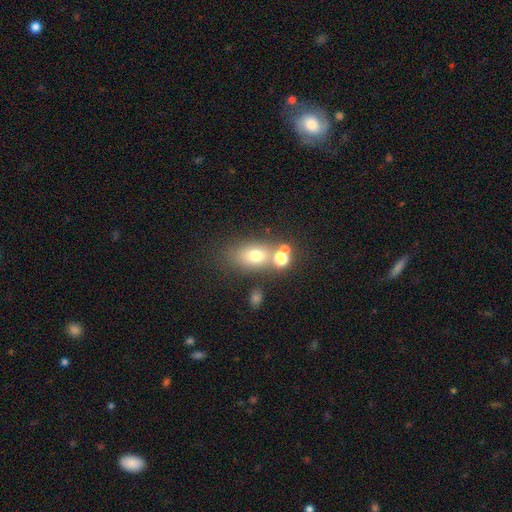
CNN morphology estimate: This appears to be a smooth galaxy with no disk features (69%) that is in between round and cigar-shaped (68%). Merging: none (57%).